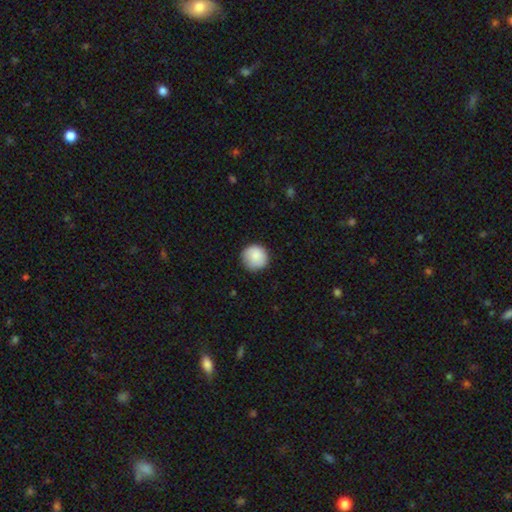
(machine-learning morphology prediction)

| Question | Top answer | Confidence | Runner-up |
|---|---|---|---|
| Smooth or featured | smooth | 87% | star or artifact (7%) |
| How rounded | round | 94% | in between (5%) |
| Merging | none | 87% | minor disturbance (10%) |